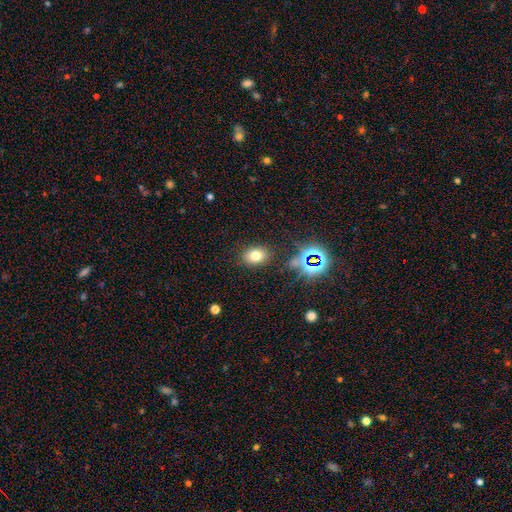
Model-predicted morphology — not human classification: Smooth or featured? smooth (72%)
How rounded? in between (70%)
Merging? none (84%)